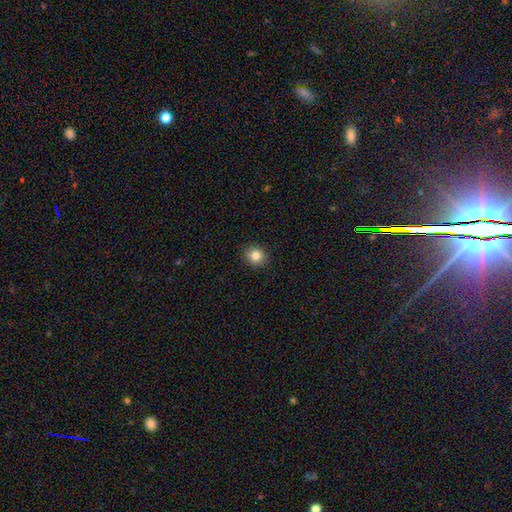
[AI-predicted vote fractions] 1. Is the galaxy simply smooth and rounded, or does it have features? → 83% smooth, 10% star or artifact, 7% featured or disk.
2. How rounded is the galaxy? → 85% round, 14% in between, 1% cigar-shaped.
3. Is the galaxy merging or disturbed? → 91% none, 6% minor disturbance, 2% major disturbance, 1% merger.